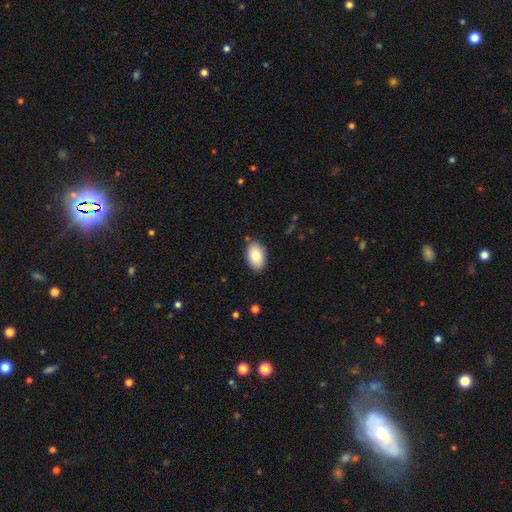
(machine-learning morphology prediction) smooth_or_featured: smooth (p=0.83) [alt: featured or disk p=0.10]
how_rounded: in between (p=0.91) [alt: round p=0.08]
merging: none (p=0.85) [alt: minor disturbance p=0.11]